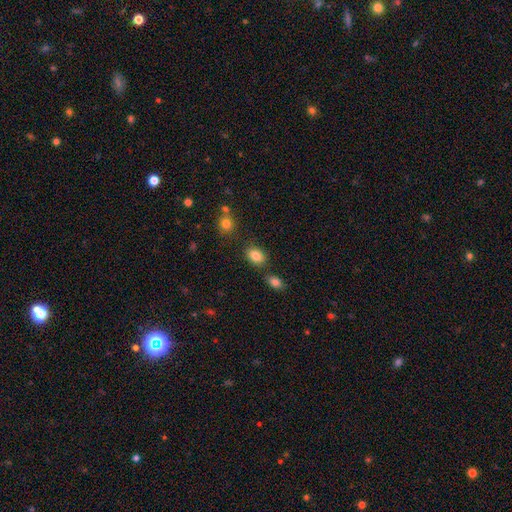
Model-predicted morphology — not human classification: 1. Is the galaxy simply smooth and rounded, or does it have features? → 85% smooth, 9% star or artifact, 6% featured or disk.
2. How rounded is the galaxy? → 78% in between, 20% round, 1% cigar-shaped.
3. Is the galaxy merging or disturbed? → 75% none, 13% minor disturbance, 9% merger, 4% major disturbance.